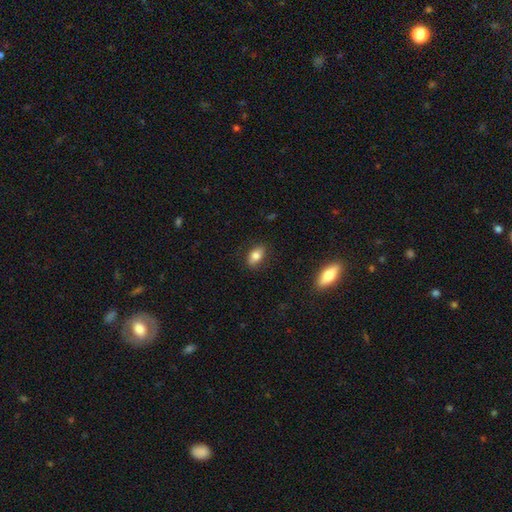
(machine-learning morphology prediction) Q: Smooth or featured?
A: smooth (79%); runner-up: featured or disk (12%)
Q: How rounded?
A: in between (87%); runner-up: round (8%)
Q: Merging?
A: none (86%); runner-up: minor disturbance (10%)